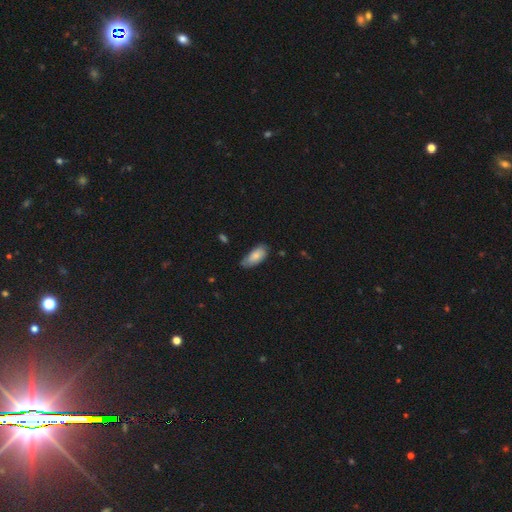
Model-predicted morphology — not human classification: Overall: smooth (80%). How rounded: in between (88%). Merging: none (63%; minor disturbance 30%).